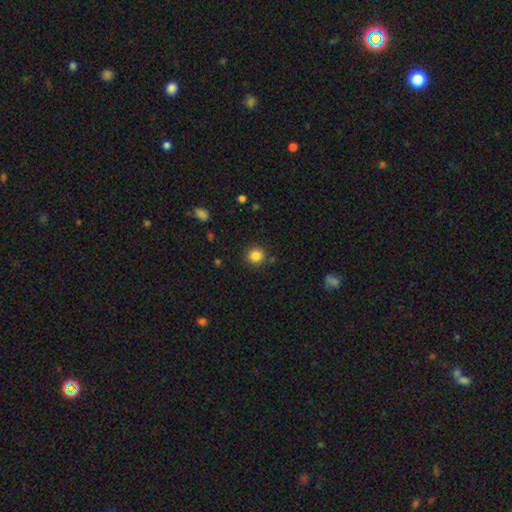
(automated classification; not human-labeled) Smooth or featured: smooth — 85% (star or artifact — 11%)
How rounded: round — 91% (in between — 8%)
Merging: none — 87% (minor disturbance — 8%)